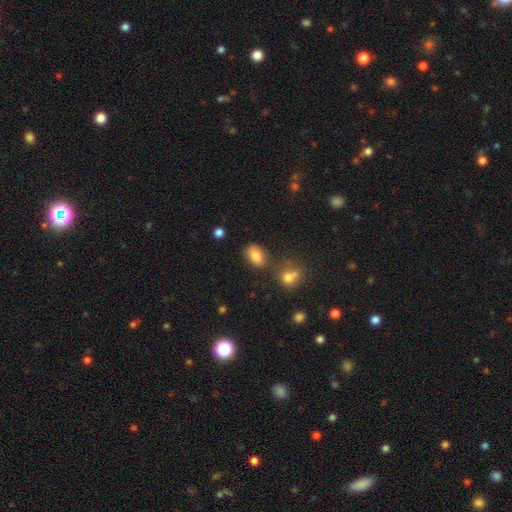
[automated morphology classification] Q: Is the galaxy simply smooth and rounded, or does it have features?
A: smooth — 82%.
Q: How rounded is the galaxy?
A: in between — 85%.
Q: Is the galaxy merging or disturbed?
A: none — 71%.